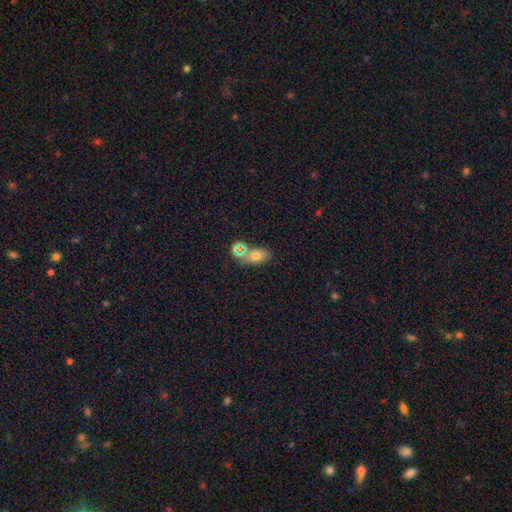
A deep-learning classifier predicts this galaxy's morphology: Smooth or featured?
  - smooth: 67% *
  - star or artifact: 19%
  - featured or disk: 14%
How rounded?
  - in between: 80% *
  - round: 17%
  - cigar-shaped: 3%
Merging?
  - none: 64% *
  - merger: 19%
  - minor disturbance: 13%
  - major disturbance: 5%